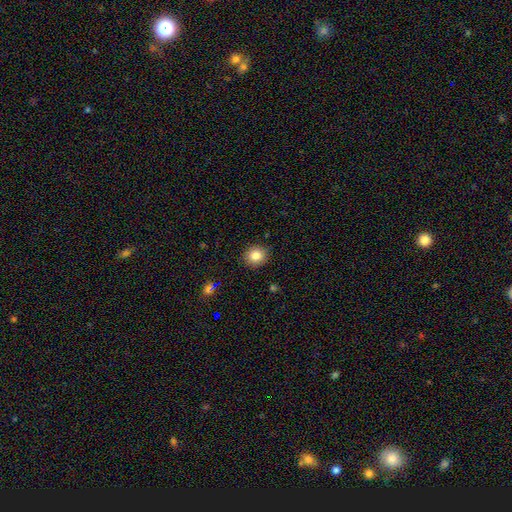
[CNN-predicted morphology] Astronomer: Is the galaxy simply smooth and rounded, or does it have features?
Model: smooth — 83%.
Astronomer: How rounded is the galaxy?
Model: round — 83%.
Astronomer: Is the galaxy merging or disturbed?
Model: none — 90%.